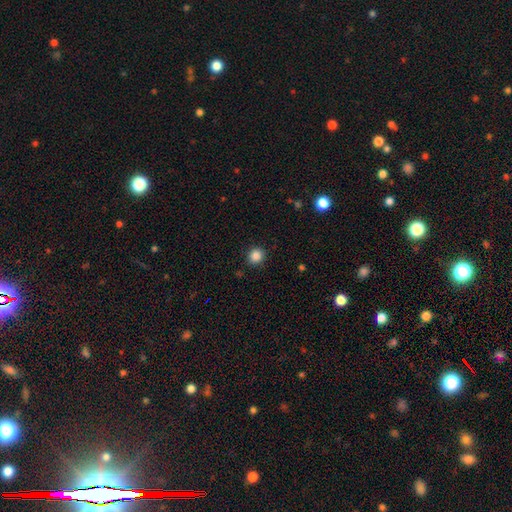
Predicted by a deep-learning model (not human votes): This appears to be a smooth galaxy with no disk features (86%) that is round (88%). Merging: none (90%).